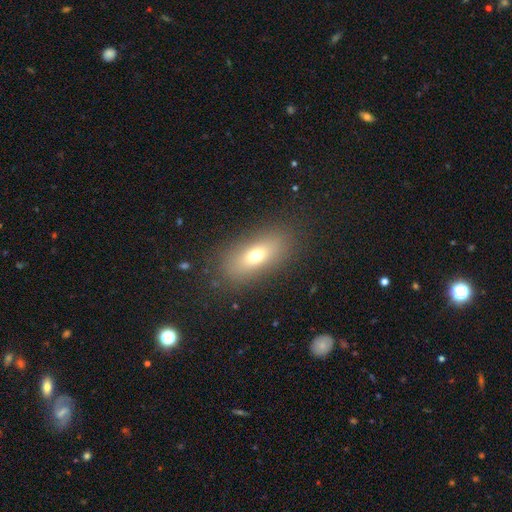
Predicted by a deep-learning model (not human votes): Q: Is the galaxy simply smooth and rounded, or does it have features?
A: smooth — 67%.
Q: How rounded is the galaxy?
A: in between — 76%.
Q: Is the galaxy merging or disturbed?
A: none — 85%.